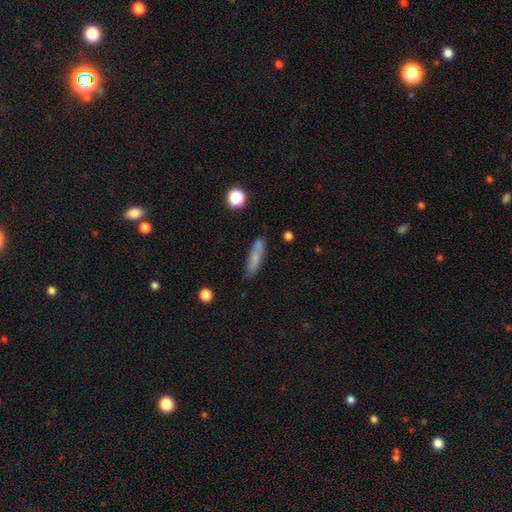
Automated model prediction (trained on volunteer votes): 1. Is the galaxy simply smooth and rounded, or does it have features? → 75% smooth, 16% featured or disk, 9% star or artifact.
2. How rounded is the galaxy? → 76% cigar-shaped, 22% in between, 3% round.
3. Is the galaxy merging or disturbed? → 80% none, 13% minor disturbance, 4% merger, 3% major disturbance.